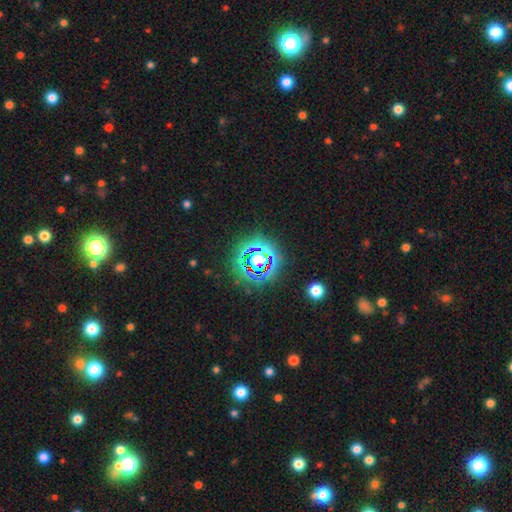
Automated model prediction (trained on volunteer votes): Morphology: type=star or artifact (76%).